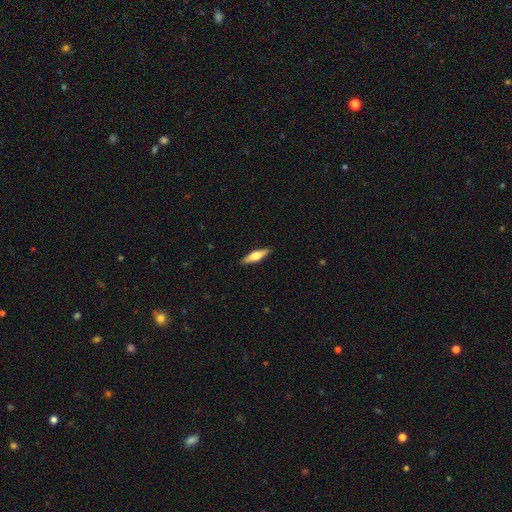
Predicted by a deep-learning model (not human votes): Morphology: type=smooth (52%); roundness=cigar-shaped (64%); merging=none (90%).